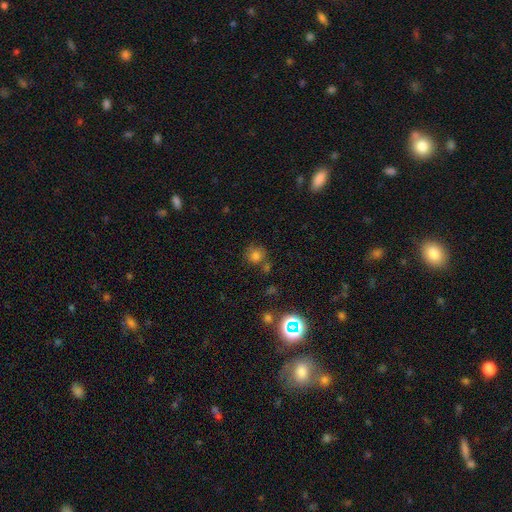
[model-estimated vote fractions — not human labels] smooth-or-featured: smooth: 75% | star or artifact: 17% | featured or disk: 8%
  how-rounded: round: 88% | in between: 11% | cigar-shaped: 1%
  merging: none: 67% | minor disturbance: 14% | merger: 13% | major disturbance: 5%